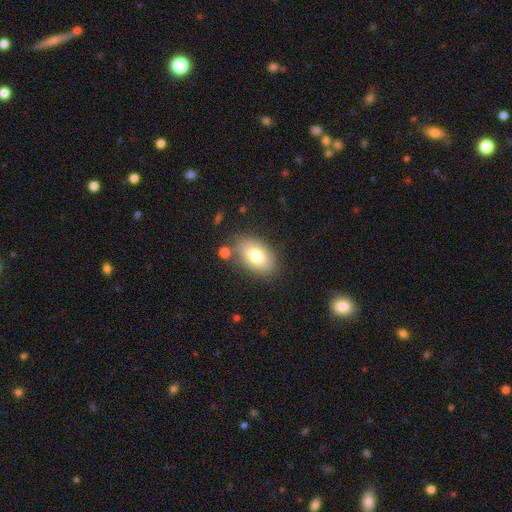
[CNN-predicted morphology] smooth-or-featured: smooth: 77% | featured or disk: 15% | star or artifact: 8%
  how-rounded: in between: 90% | round: 8% | cigar-shaped: 2%
  merging: none: 77% | minor disturbance: 13% | merger: 6% | major disturbance: 4%